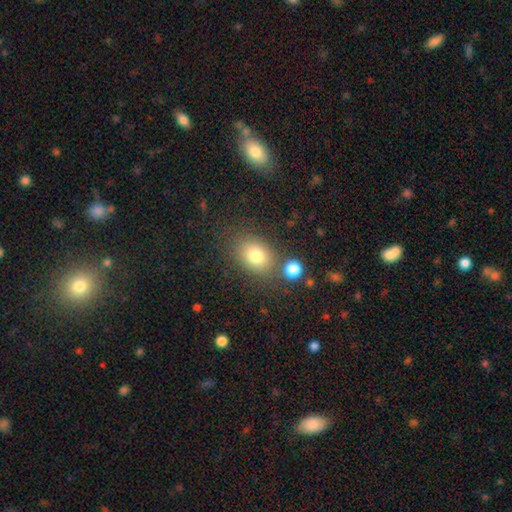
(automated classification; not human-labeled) A smooth galaxy with no disk features (79%) that is in between round and cigar-shaped (65%).

Vote fractions:
- Smooth or featured? smooth: 79% / star or artifact: 11% / featured or disk: 10%
- How rounded? in between: 65% / round: 33% / cigar-shaped: 1%
- Merging? none: 73% / minor disturbance: 12% / merger: 10% / major disturbance: 5%